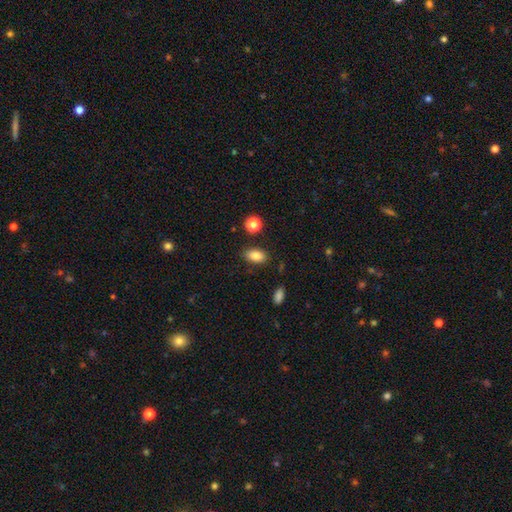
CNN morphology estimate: smooth-or-featured: smooth: 84% | star or artifact: 9% | featured or disk: 7%
  how-rounded: in between: 89% | round: 8% | cigar-shaped: 3%
  merging: none: 84% | minor disturbance: 10% | major disturbance: 3% | merger: 3%